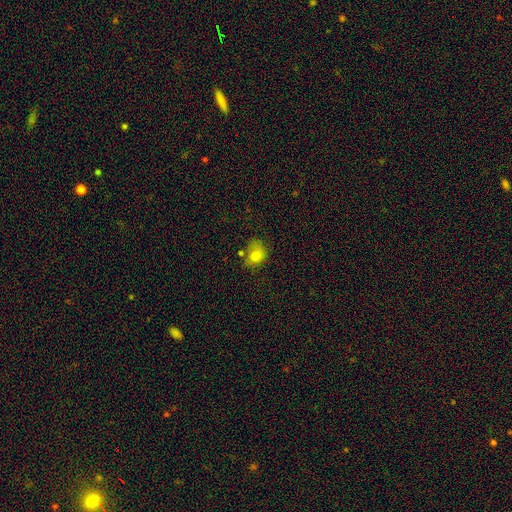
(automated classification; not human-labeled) Smooth or featured?
  - smooth: 77% *
  - featured or disk: 12%
  - star or artifact: 11%
How rounded?
  - in between: 51% *
  - round: 48%
  - cigar-shaped: 1%
Merging?
  - none: 40% *
  - minor disturbance: 30%
  - major disturbance: 18%
  - merger: 12%